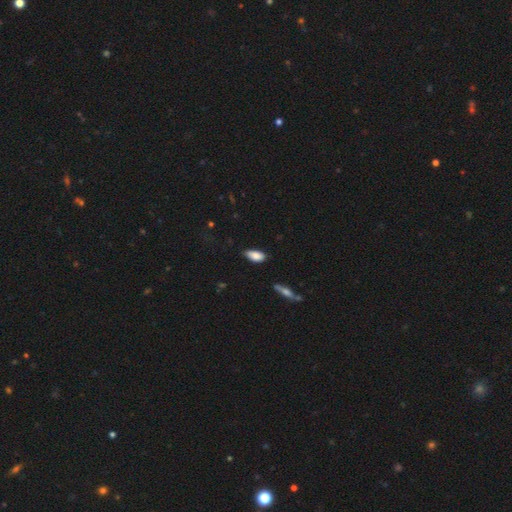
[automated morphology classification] Smooth or featured: smooth — 83% (featured or disk — 10%)
How rounded: in between — 89% (cigar-shaped — 8%)
Merging: none — 75% (minor disturbance — 20%)